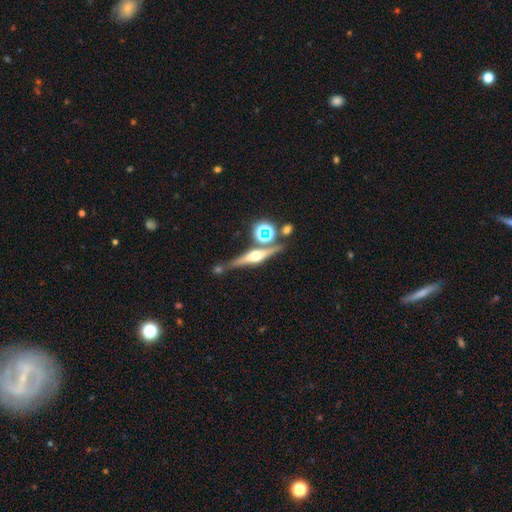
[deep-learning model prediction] This appears to be a featured or disk galaxy (74%) viewed edge-on (95%) with a rounded central bulge (95%). Merging: none (76%).